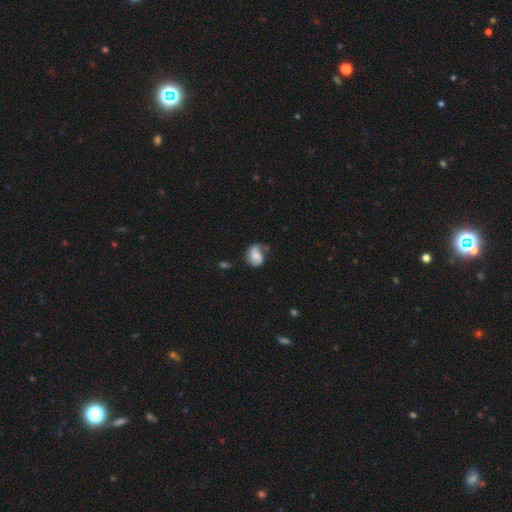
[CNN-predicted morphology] This is possibly a featured or disk galaxy (47%). Merging: possibly none (45%).